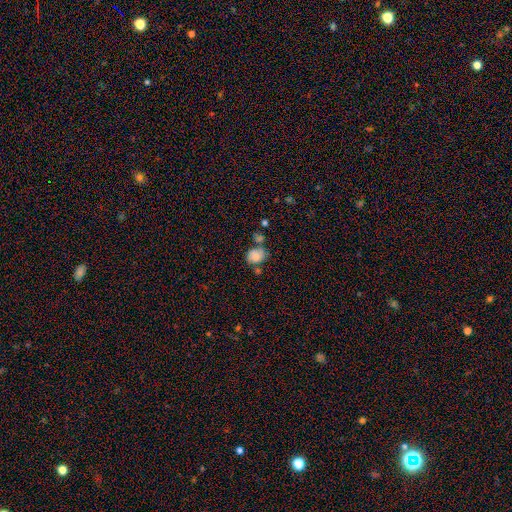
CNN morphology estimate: Smooth or featured: smooth — 70% (featured or disk — 19%)
How rounded: round — 54% (in between — 45%)
Merging: none — 44% (minor disturbance — 23%)